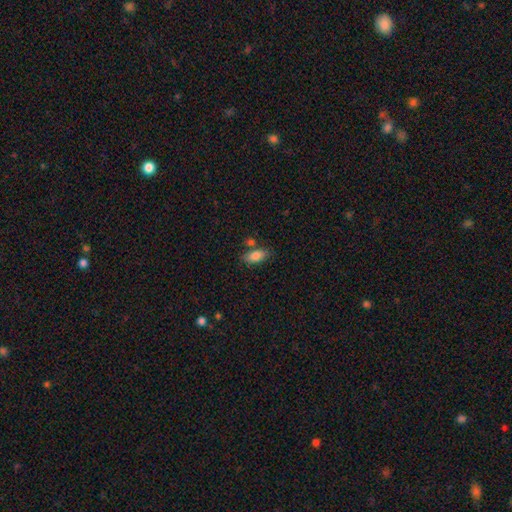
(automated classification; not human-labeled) smooth-or-featured: smooth: 84% | featured or disk: 9% | star or artifact: 7%
  how-rounded: in between: 87% | cigar-shaped: 9% | round: 3%
  merging: none: 72% | minor disturbance: 13% | merger: 11% | major disturbance: 3%